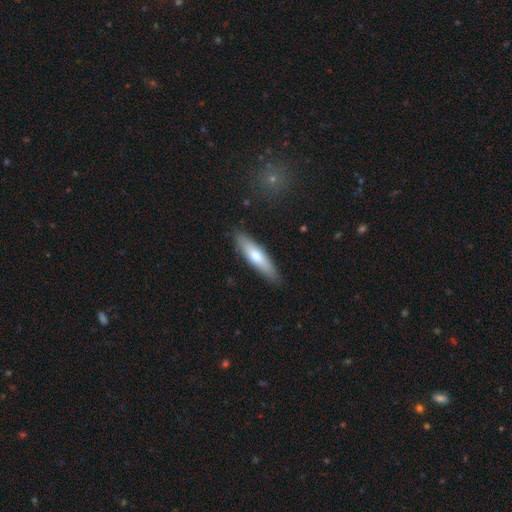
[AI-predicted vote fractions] This is possibly a smooth galaxy (60%). How rounded: likely cigar-shaped (73%). Merging: clearly none (88%).